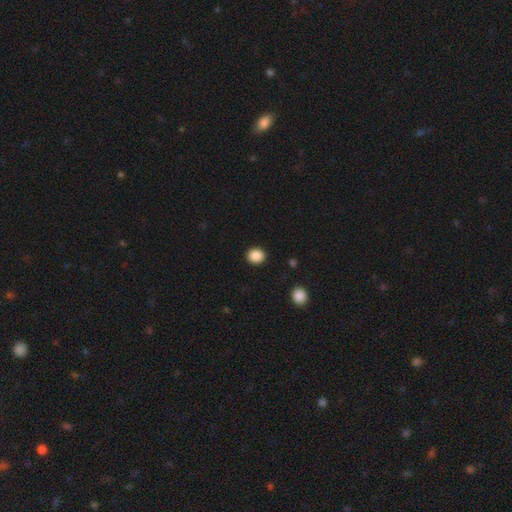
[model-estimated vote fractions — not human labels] Overall: smooth (88%). How rounded: round (76%). Merging: none (91%).